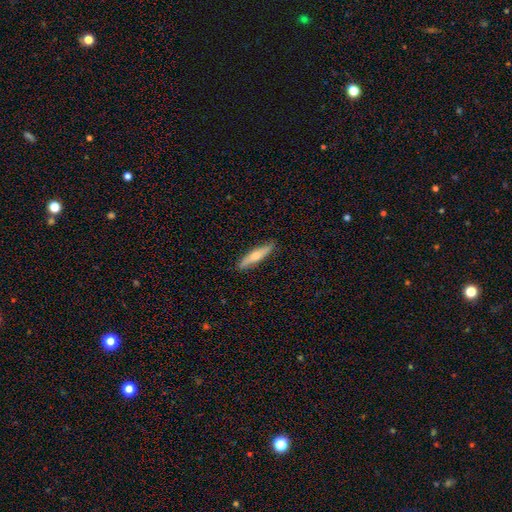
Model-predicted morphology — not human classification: This is possibly a featured or disk galaxy (48%). Merging: clearly none (88%).